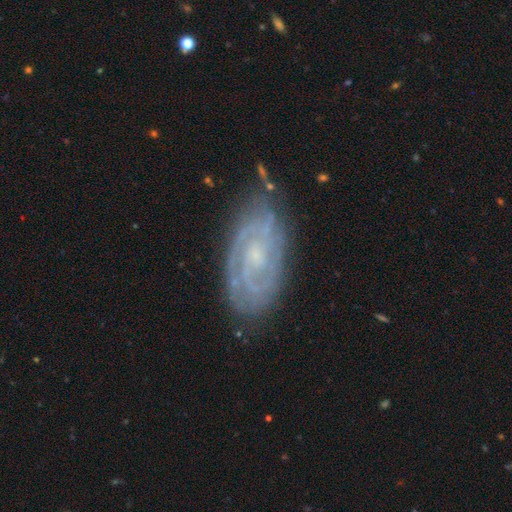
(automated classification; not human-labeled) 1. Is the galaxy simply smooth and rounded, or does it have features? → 83% featured or disk, 10% smooth, 7% star or artifact.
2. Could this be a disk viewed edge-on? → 95% no, 5% yes.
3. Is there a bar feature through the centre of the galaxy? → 63% no, 31% weak, 6% strong.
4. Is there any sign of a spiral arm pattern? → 95% yes, 5% no.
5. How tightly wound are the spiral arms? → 72% tight, 24% medium, 5% loose.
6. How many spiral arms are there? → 41% 2, 30% can't tell, 14% 3, 6% 4, 4% 1, 4% more than 4.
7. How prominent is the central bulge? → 61% small, 28% moderate, 8% none, 2% large, 1% dominant.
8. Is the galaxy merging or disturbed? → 77% none, 17% minor disturbance, 4% major disturbance, 2% merger.